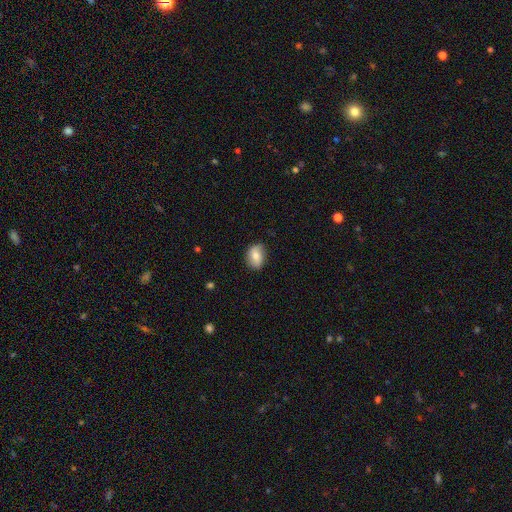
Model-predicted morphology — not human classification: A smooth galaxy with no disk features (67%) that is in between round and cigar-shaped (72%).

Vote fractions:
- Smooth or featured? smooth: 67% / featured or disk: 25% / star or artifact: 8%
- How rounded? in between: 72% / round: 26% / cigar-shaped: 2%
- Merging? none: 78% / minor disturbance: 17% / major disturbance: 3% / merger: 1%